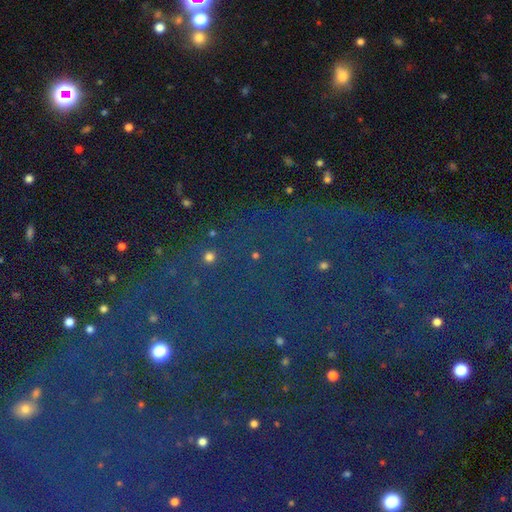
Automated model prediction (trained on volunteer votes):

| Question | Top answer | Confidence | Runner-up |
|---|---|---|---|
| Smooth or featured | star or artifact | 71% | smooth (19%) |